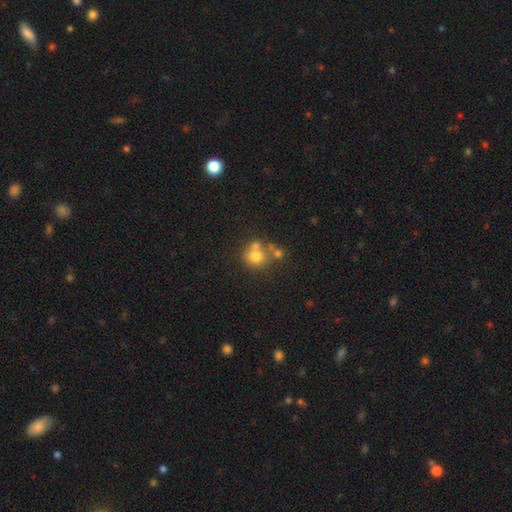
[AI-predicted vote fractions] The model was most divided on "merging": none: 49%, merger: 35%, minor disturbance: 11%, major disturbance: 5%. More confident: how rounded — round (84%); smooth or featured — smooth (70%).